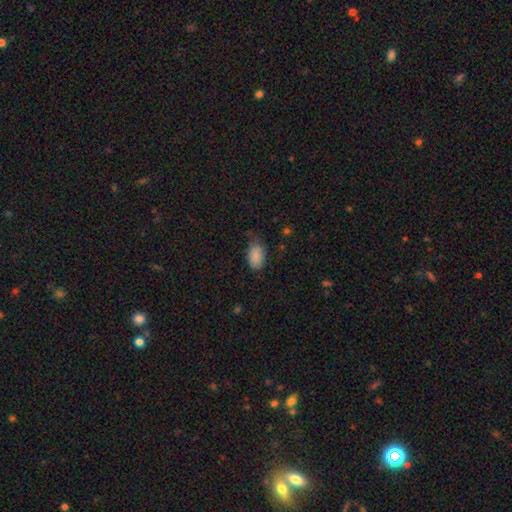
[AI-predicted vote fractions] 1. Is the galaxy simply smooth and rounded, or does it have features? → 88% smooth, 8% star or artifact, 4% featured or disk.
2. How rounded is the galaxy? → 92% in between, 6% round, 2% cigar-shaped.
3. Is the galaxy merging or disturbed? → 65% none, 27% minor disturbance, 6% major disturbance, 2% merger.